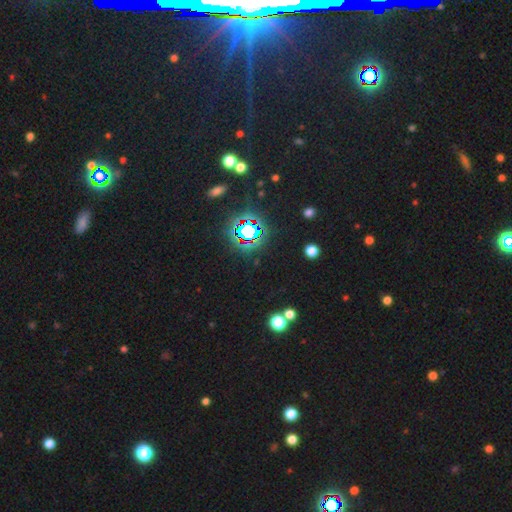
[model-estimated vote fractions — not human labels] This is clearly a star or artifact rather than a galaxy (82%).